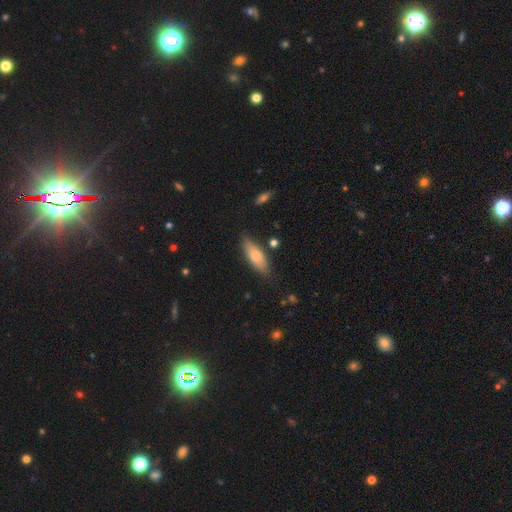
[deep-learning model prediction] Q: Smooth or featured?
A: smooth (72%); runner-up: featured or disk (22%)
Q: How rounded?
A: in between (59%); runner-up: cigar-shaped (39%)
Q: Merging?
A: none (80%); runner-up: minor disturbance (15%)